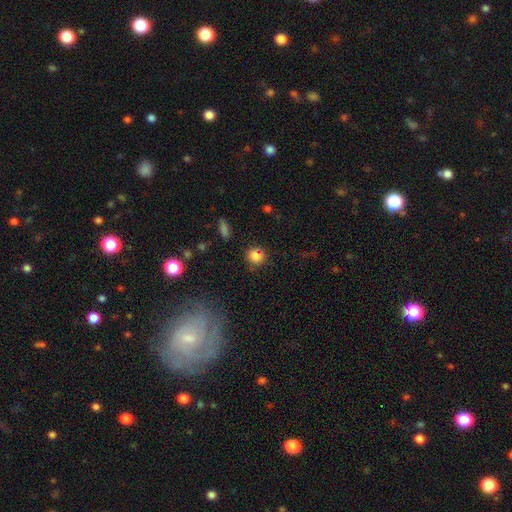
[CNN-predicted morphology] type=smooth (83%); roundness=round (83%); merging=none (78%).